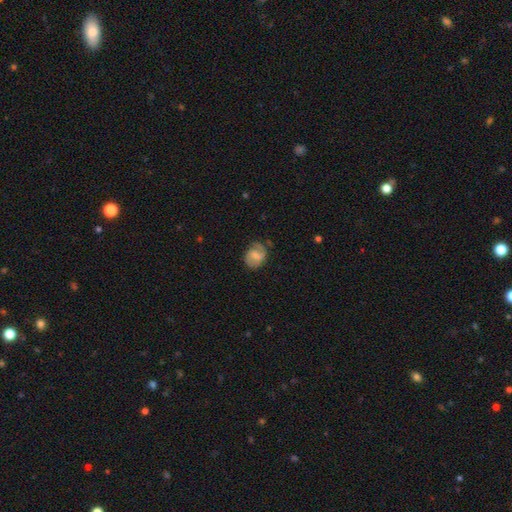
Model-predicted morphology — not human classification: Smooth or featured? Predicted: featured or disk (p=0.59). Edge-on disk? Predicted: no (p=0.97). Bar? Predicted: weak (p=0.52). Spiral arms? Predicted: yes (p=0.89). Spiral winding? Predicted: medium (p=0.47). Spiral arm count? Predicted: 2 (p=0.75). Bulge size? Predicted: small (p=0.39). Merging? Predicted: none (p=0.65).